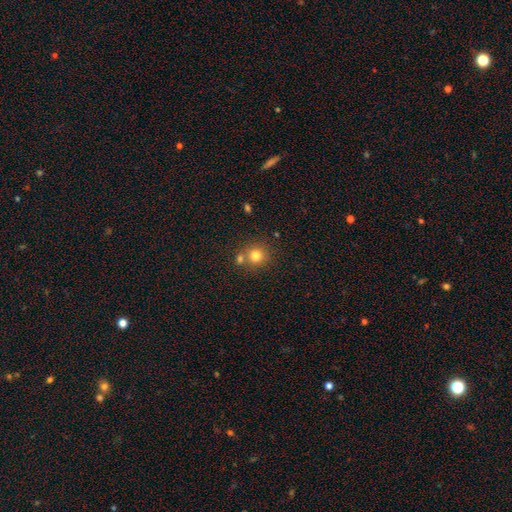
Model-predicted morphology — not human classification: smooth_or_featured: smooth (p=0.78) [alt: star or artifact p=0.13]
how_rounded: round (p=0.89) [alt: in between p=0.10]
merging: none (p=0.65) [alt: merger p=0.24]